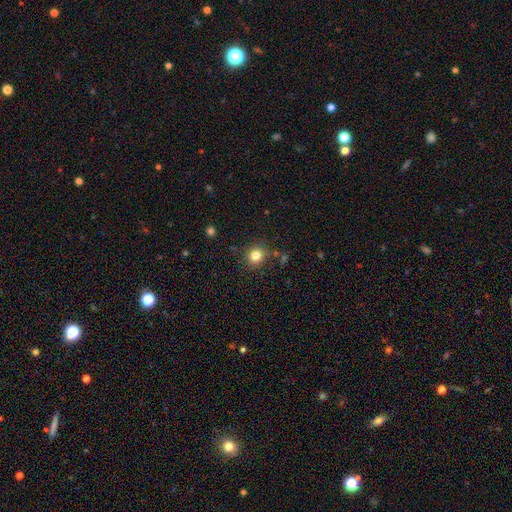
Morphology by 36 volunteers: Smooth or featured: smooth — 92% (star or artifact — 6%)
How rounded: round — 94% (in between — 6%)
Merging: none — 68% (minor disturbance — 21%)